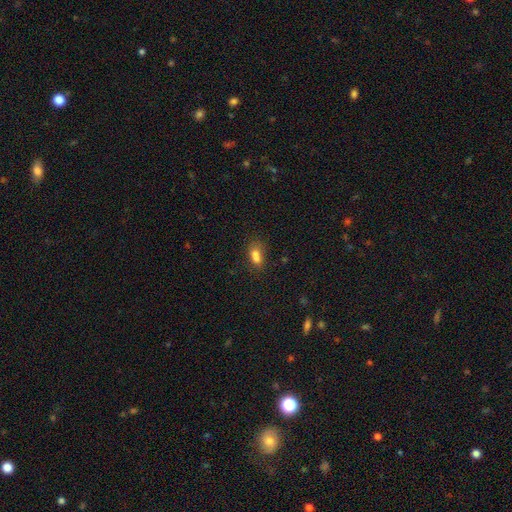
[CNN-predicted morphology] Smooth or featured? Predicted: smooth (p=0.70). How rounded? Predicted: in between (p=0.60). Merging? Predicted: merger (p=0.58).